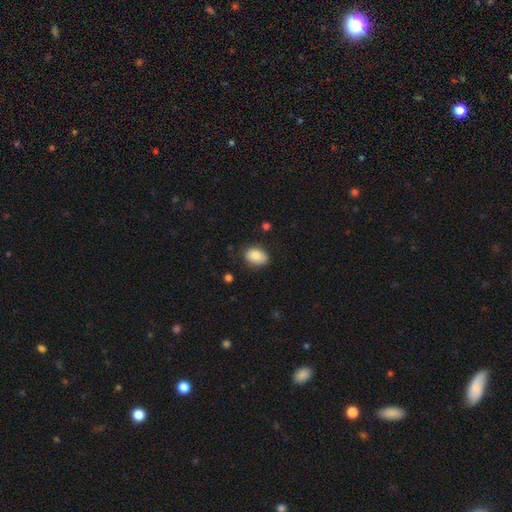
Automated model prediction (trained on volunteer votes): Morphology: type=smooth (86%); roundness=in between (79%); merging=none (77%).